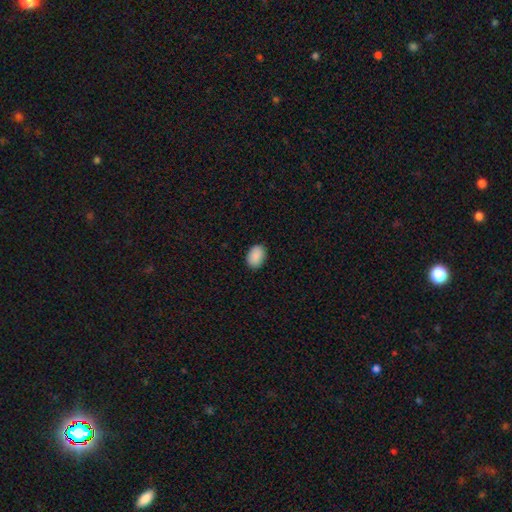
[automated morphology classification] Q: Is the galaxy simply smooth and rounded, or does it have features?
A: smooth — 90%.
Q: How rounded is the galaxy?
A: in between — 82%.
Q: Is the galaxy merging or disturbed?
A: none — 88%.